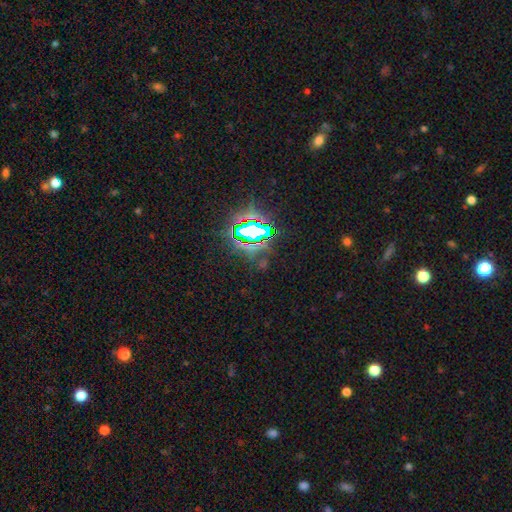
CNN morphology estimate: star or artifact 82%, smooth 10%, featured or disk 7%.